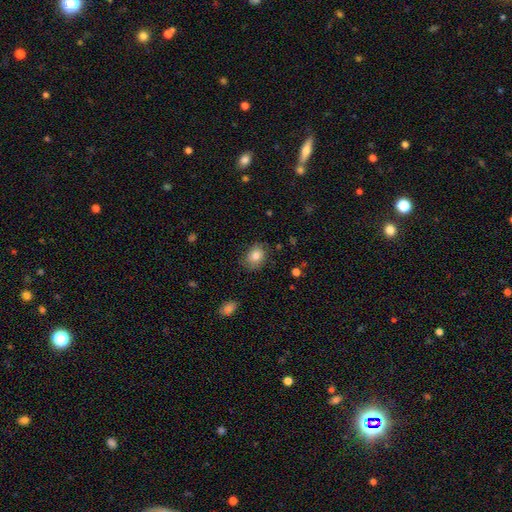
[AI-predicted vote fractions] smooth-or-featured: smooth: 81% | featured or disk: 10% | star or artifact: 9%
  how-rounded: in between: 54% | round: 45% | cigar-shaped: 1%
  merging: none: 78% | minor disturbance: 17% | major disturbance: 4% | merger: 1%